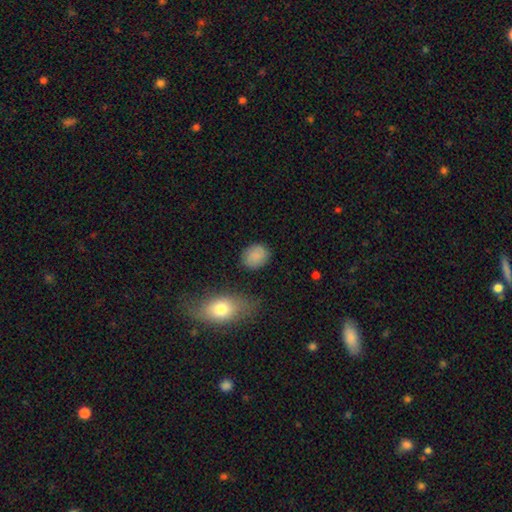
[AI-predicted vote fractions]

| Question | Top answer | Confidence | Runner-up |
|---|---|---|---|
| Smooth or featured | smooth | 85% | star or artifact (8%) |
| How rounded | round | 58% | in between (41%) |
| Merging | none | 81% | minor disturbance (13%) |